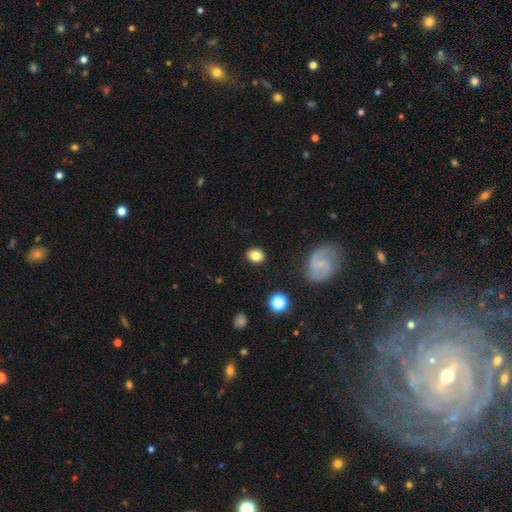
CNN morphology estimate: Overall: smooth (79%). How rounded: round (59%; in between 40%). Merging: none (85%).